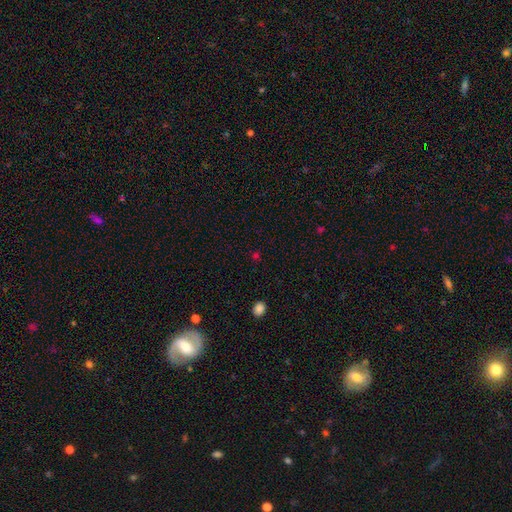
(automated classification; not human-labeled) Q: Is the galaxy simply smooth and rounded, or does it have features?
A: smooth — 54%.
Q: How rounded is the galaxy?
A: round — 79%.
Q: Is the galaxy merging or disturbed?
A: none — 81%.